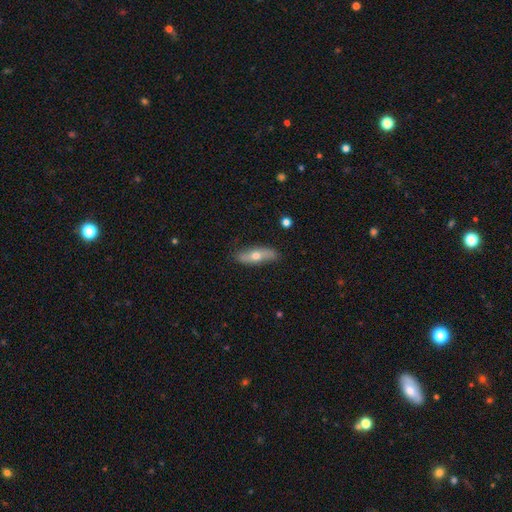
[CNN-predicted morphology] smooth_or_featured: featured or disk (p=0.48) [alt: smooth p=0.46]
merging: none (p=0.83) [alt: minor disturbance p=0.13]